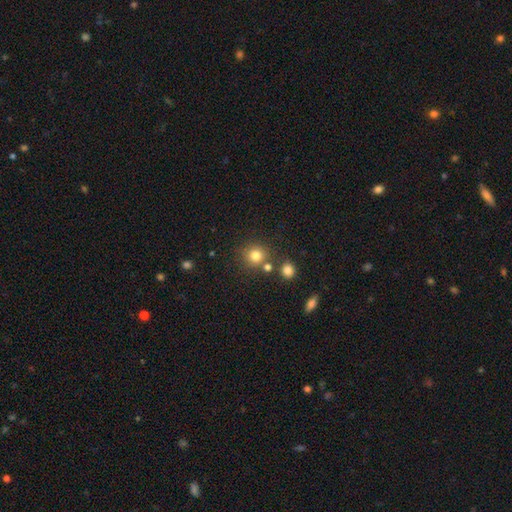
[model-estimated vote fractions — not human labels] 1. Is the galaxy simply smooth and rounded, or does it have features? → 80% smooth, 13% star or artifact, 7% featured or disk.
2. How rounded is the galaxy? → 91% round, 8% in between, 1% cigar-shaped.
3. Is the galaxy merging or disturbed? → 76% none, 12% merger, 9% minor disturbance, 3% major disturbance.